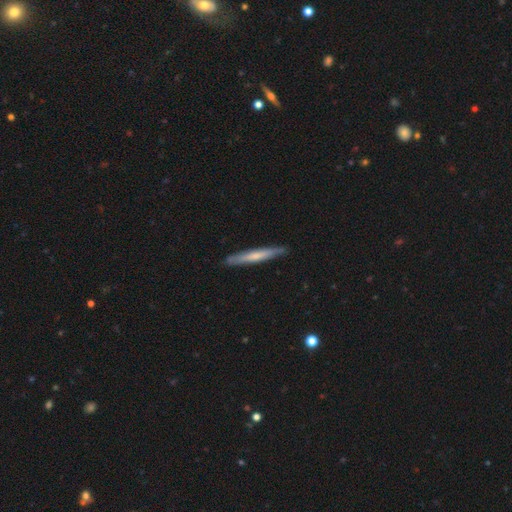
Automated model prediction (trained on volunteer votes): Q: Smooth or featured?
A: smooth (55%); runner-up: featured or disk (40%)
Q: How rounded?
A: cigar-shaped (96%); runner-up: in between (3%)
Q: Merging?
A: none (88%); runner-up: minor disturbance (9%)